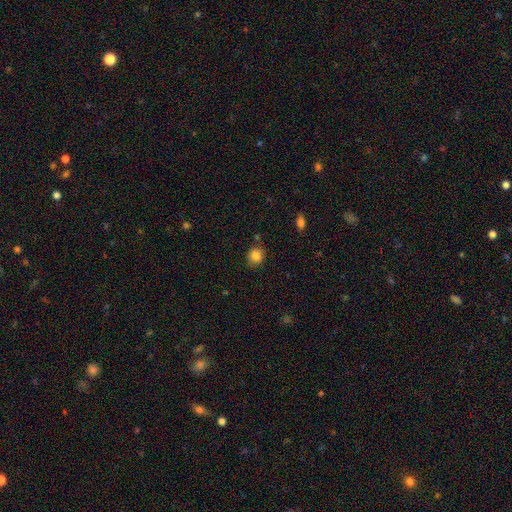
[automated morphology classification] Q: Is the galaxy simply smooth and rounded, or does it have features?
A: smooth — 84%.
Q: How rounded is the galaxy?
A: round — 72%.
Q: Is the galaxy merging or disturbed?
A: none — 80%.